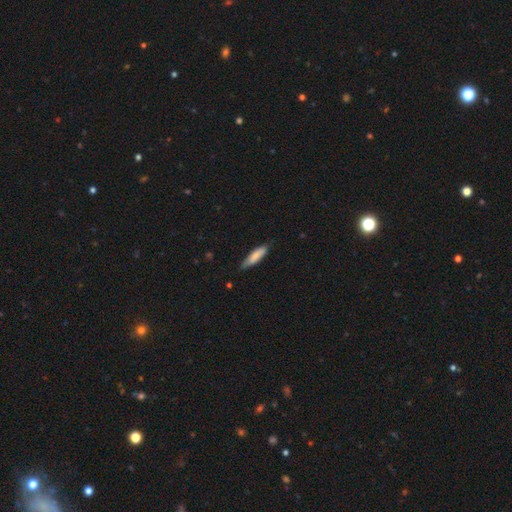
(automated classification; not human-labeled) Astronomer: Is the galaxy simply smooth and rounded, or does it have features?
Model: smooth — 82%.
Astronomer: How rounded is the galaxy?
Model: cigar-shaped — 67%.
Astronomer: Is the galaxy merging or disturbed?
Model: none — 74%.